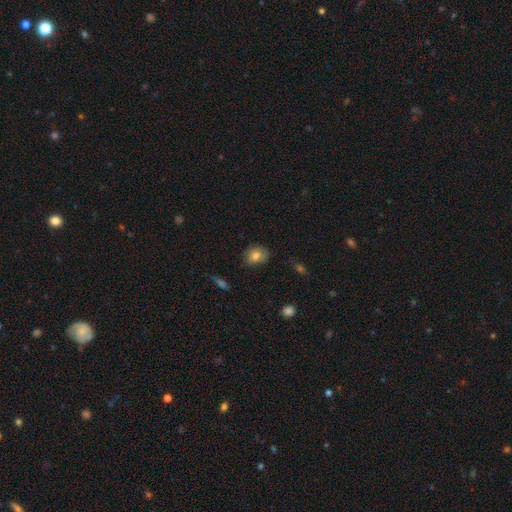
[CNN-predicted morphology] Smooth or featured? Predicted: smooth (p=0.78). How rounded? Predicted: round (p=0.51). Merging? Predicted: none (p=0.74).